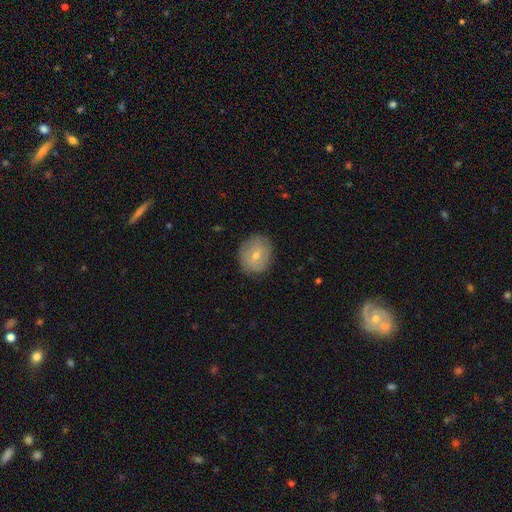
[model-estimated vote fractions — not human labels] This is possibly a smooth galaxy (59%). How rounded: likely round (63%). Merging: clearly none (82%).